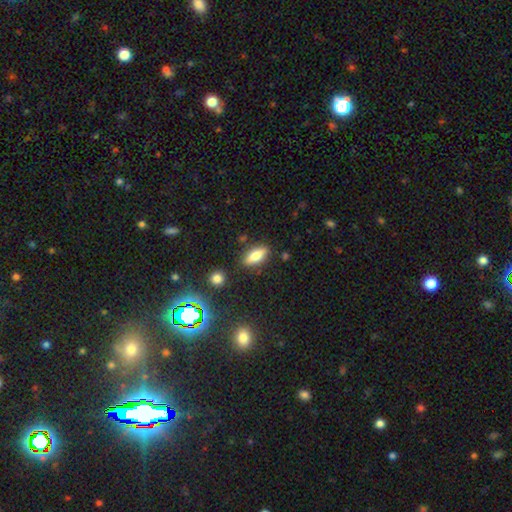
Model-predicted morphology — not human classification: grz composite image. It shows a smooth galaxy with no disk features (70%) that is in between round and cigar-shaped (70%). Merging: none (84%).